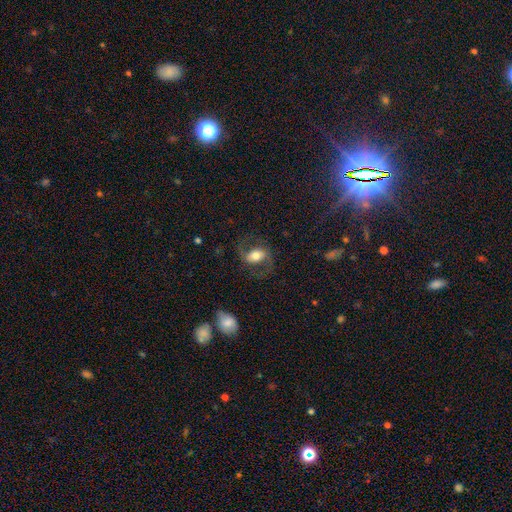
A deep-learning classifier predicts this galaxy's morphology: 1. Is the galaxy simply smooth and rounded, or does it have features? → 55% featured or disk, 37% smooth, 8% star or artifact.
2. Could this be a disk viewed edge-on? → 95% no, 5% yes.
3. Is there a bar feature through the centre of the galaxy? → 35% no (tied), 35% weak (tied), 30% strong.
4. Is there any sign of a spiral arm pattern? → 82% yes, 18% no.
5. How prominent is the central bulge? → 55% moderate, 28% large, 11% small, 4% dominant, 2% none.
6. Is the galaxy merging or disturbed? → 69% none, 15% minor disturbance, 14% major disturbance, 2% merger.